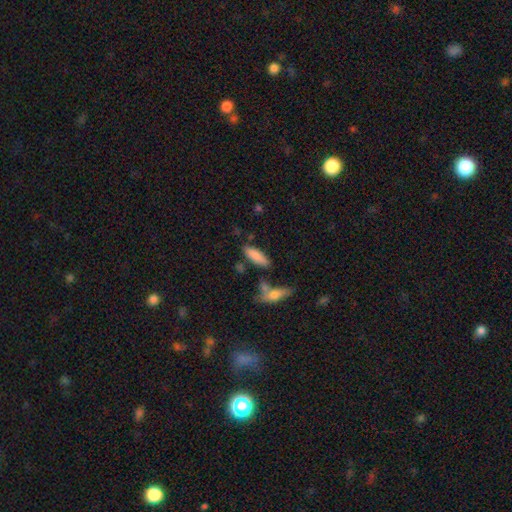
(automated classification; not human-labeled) A smooth galaxy with no disk features (83%) that is in between round and cigar-shaped (55%). Merging: none (70%).